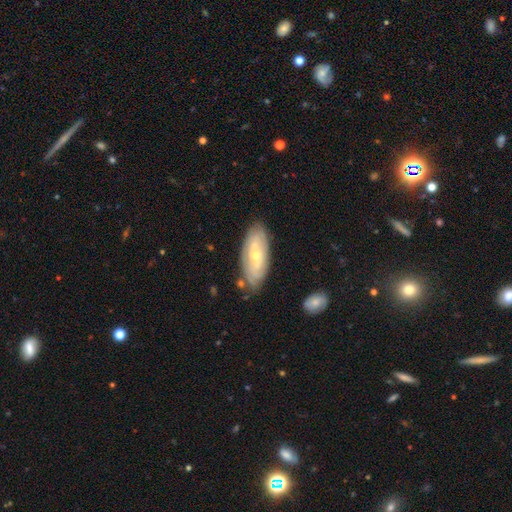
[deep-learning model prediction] A featured or disk galaxy (61%) with no bar (73%), spiral arms (59%) and a small central bulge (58%).

Vote fractions:
- Smooth or featured? featured or disk: 61% / smooth: 32% / star or artifact: 7%
- Edge-on disk? no: 84% / yes: 16%
- Bar? no: 73% / weak: 21% / strong: 6%
- Spiral arms? yes: 59% / no: 41%
- Bulge size? small: 58% / moderate: 39% / large: 1% / none: 1% / dominant: 1%
- Merging? none: 78% / minor disturbance: 16% / major disturbance: 3% / merger: 3%